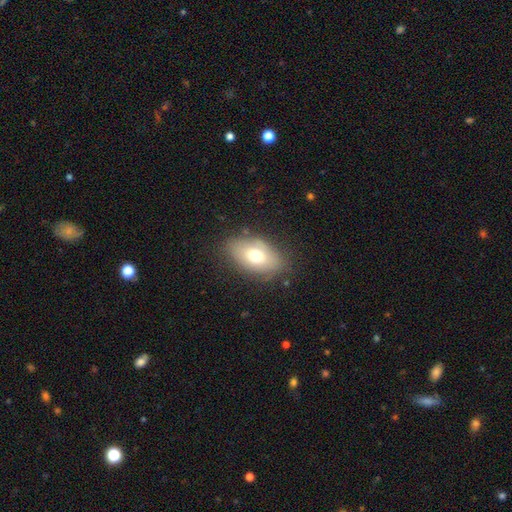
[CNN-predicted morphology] Q: Smooth or featured?
A: smooth (68%); runner-up: featured or disk (23%)
Q: How rounded?
A: in between (89%); runner-up: round (9%)
Q: Merging?
A: none (75%); runner-up: minor disturbance (17%)